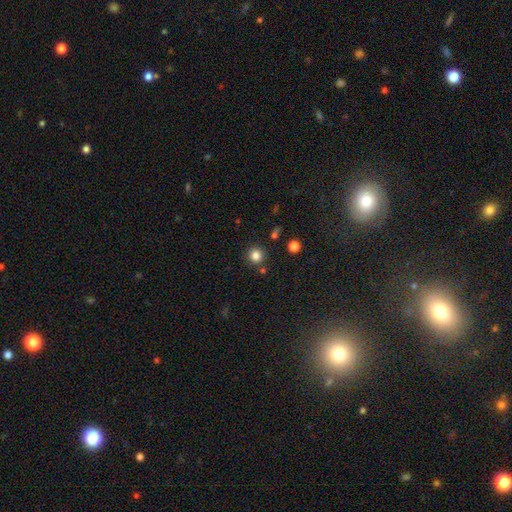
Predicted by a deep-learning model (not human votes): smooth-or-featured: smooth: 82% | star or artifact: 13% | featured or disk: 5%
  how-rounded: round: 94% | in between: 5% | cigar-shaped: 1%
  merging: none: 86% | minor disturbance: 7% | merger: 5% | major disturbance: 2%